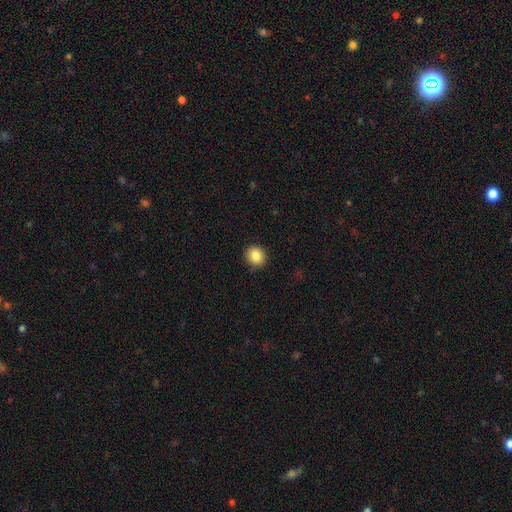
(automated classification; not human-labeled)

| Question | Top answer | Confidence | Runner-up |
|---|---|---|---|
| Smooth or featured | smooth | 86% | star or artifact (9%) |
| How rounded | round | 81% | in between (18%) |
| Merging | none | 90% | minor disturbance (7%) |